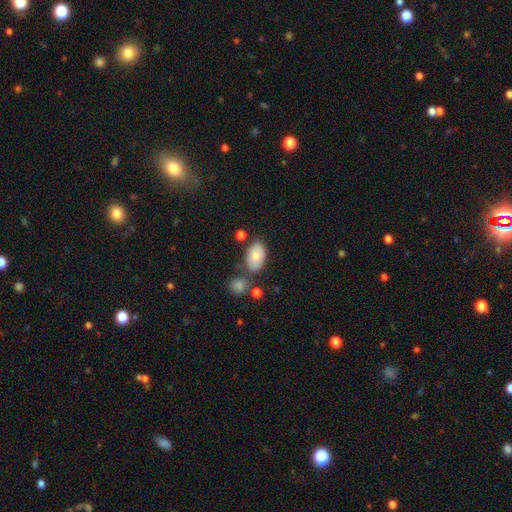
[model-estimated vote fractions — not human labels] Smooth or featured: smooth — 81% (featured or disk — 12%)
How rounded: in between — 92% (round — 7%)
Merging: none — 66% (minor disturbance — 18%)